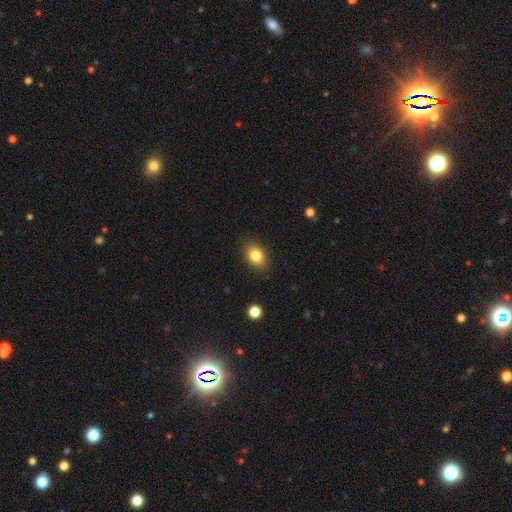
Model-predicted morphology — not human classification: A smooth galaxy with no disk features (84%) that is in between round and cigar-shaped (77%).

Vote fractions:
- Smooth or featured? smooth: 84% / star or artifact: 9% / featured or disk: 7%
- How rounded? in between: 77% / round: 22% / cigar-shaped: 1%
- Merging? none: 87% / minor disturbance: 10% / major disturbance: 2% / merger: 1%